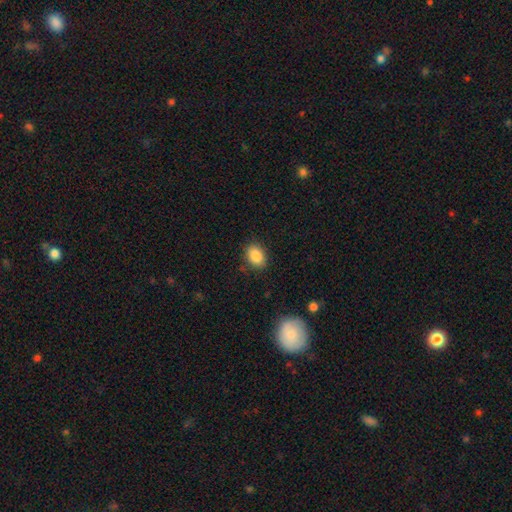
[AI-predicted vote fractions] This is clearly a smooth galaxy (87%). How rounded: likely in between (78%). Merging: clearly none (84%).